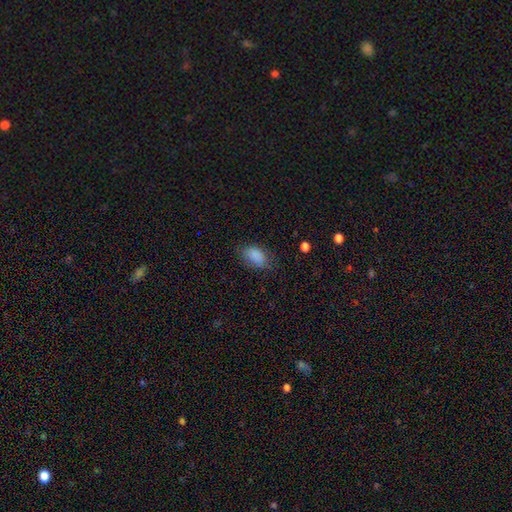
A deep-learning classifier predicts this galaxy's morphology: The model was most divided on "merging": none: 70%, minor disturbance: 22%, major disturbance: 7%, merger: 1%. More confident: how rounded — in between (88%); smooth or featured — smooth (86%).